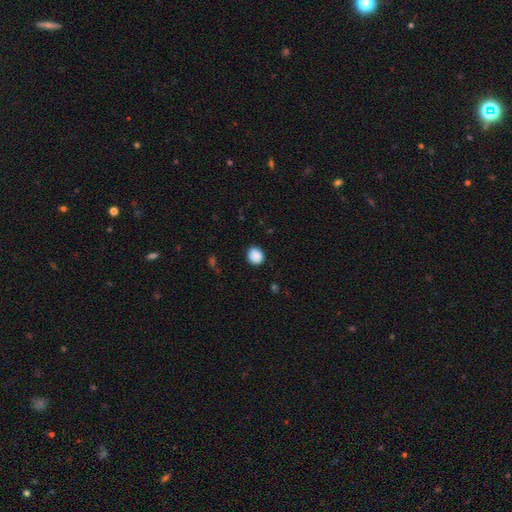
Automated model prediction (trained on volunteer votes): smooth 88%, star or artifact 8%, featured or disk 4%. Down the decision tree: how rounded — round (74%); merging — none (82%).